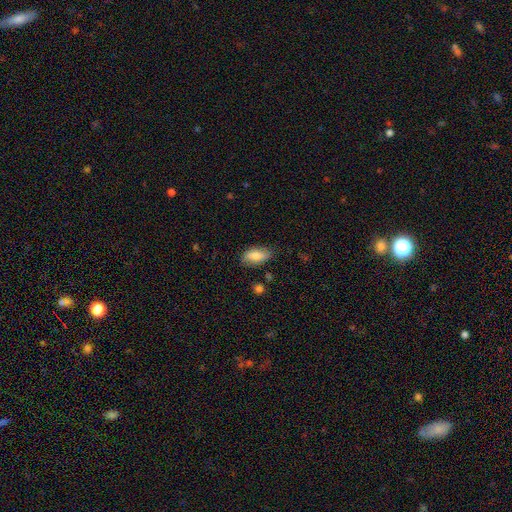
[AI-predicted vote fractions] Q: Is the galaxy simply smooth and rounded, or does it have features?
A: smooth — 77%.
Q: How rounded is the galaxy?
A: in between — 91%.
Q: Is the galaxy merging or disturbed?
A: none — 77%.